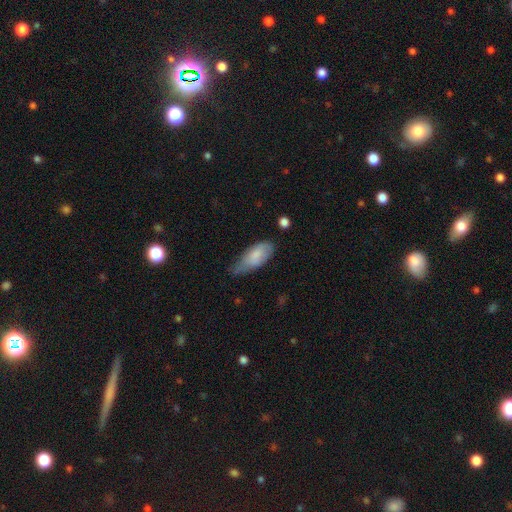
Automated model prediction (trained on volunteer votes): Smooth or featured? smooth (78%)
How rounded? in between (86%)
Merging? minor disturbance (50%)